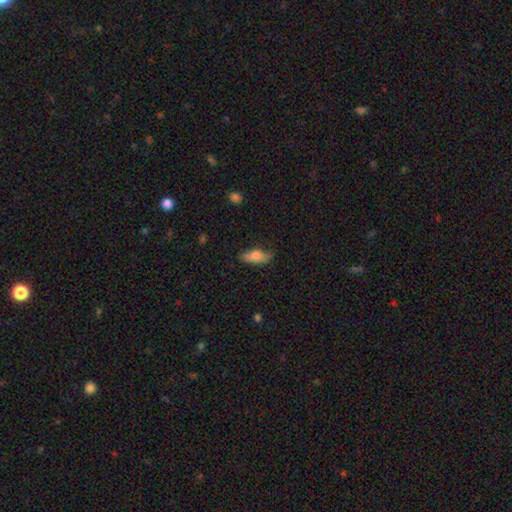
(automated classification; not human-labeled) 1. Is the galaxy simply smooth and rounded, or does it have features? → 75% smooth, 18% featured or disk, 7% star or artifact.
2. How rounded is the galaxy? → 74% in between, 23% cigar-shaped, 3% round.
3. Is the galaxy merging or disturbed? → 68% none, 25% minor disturbance, 6% major disturbance, 2% merger.